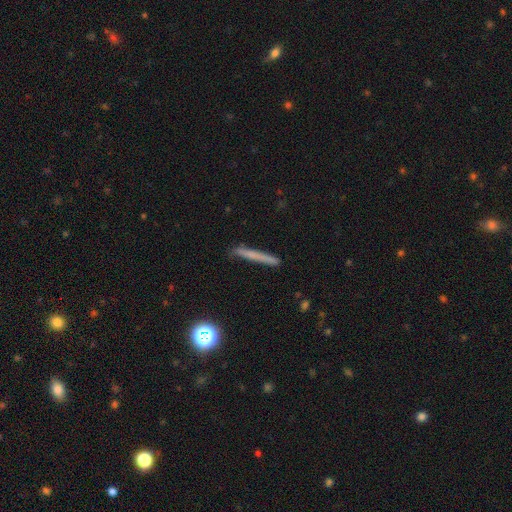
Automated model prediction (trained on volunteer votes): Morphology: type=smooth (59%); roundness=cigar-shaped (95%); merging=none (86%).